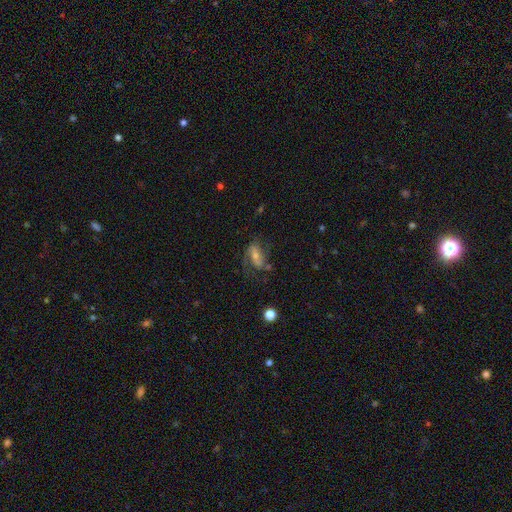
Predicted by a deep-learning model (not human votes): Smooth or featured: featured or disk — 63% (smooth — 24%)
Edge-on disk: no — 93% (yes — 7%)
Bar: no — 38% (weak — 36%)
Spiral arms: yes — 82% (no — 18%)
Bulge size: small — 51% (moderate — 40%)
Merging: none — 51% (major disturbance — 23%)